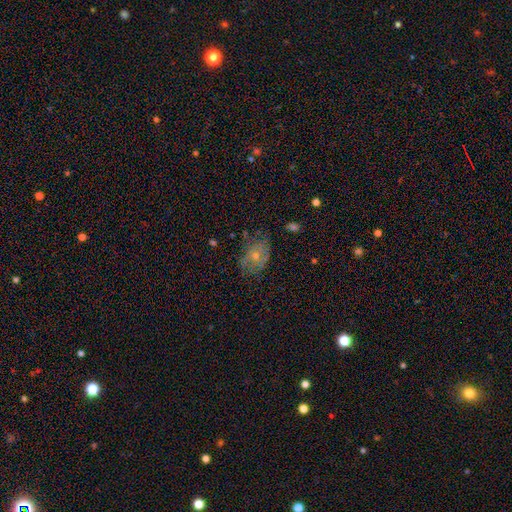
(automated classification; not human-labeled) smooth-or-featured: smooth: 46% | featured or disk: 44% | star or artifact: 10%
  merging: none: 58% | minor disturbance: 27% | major disturbance: 13% | merger: 2%